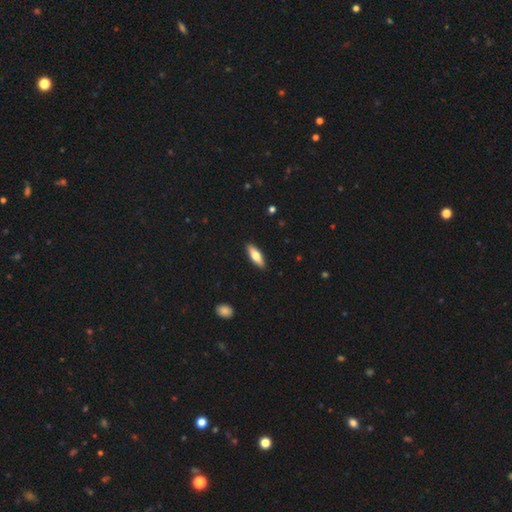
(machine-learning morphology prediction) smooth 64%, featured or disk 31%, star or artifact 6%. Down the decision tree: how rounded — in between (51%); merging — none (90%).